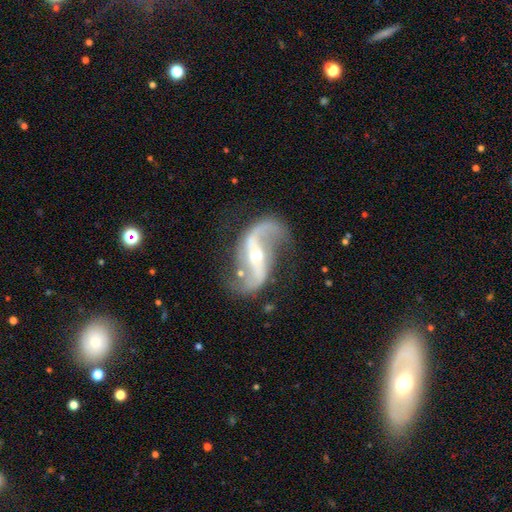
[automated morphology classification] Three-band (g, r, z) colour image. It shows a featured or disk galaxy (92%) with a strong bar (49%), 2 (93%) loose (76%) spiral arms (97%) and a moderate central bulge (49%). Merging: none (74%).